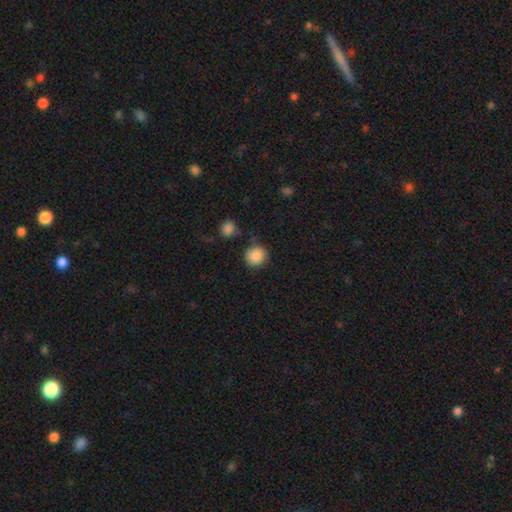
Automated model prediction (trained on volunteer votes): Overall: smooth (87%). How rounded: round (89%). Merging: none (80%).